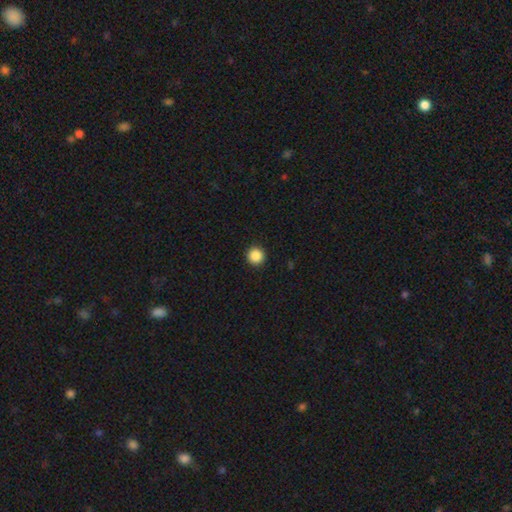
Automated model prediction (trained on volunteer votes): Q: Smooth or featured?
A: smooth (87%); runner-up: star or artifact (10%)
Q: How rounded?
A: round (96%); runner-up: in between (4%)
Q: Merging?
A: none (93%); runner-up: minor disturbance (5%)